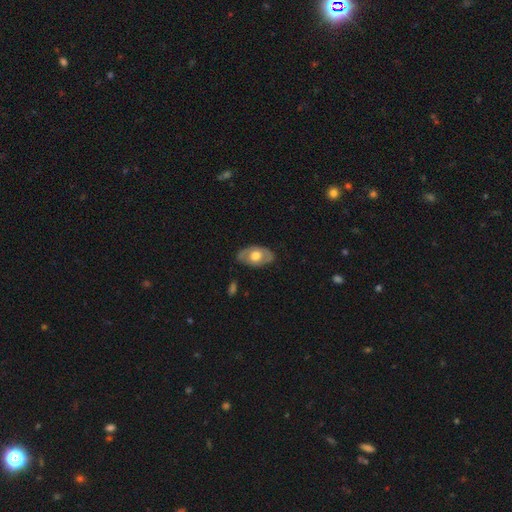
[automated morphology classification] smooth 48%, featured or disk 47%, star or artifact 5%. Down the decision tree: merging — none (78%).